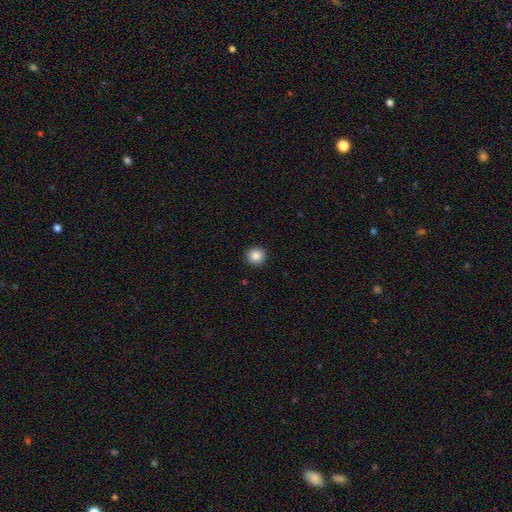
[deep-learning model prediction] Morphology: type=smooth (87%); roundness=round (93%); merging=none (92%).